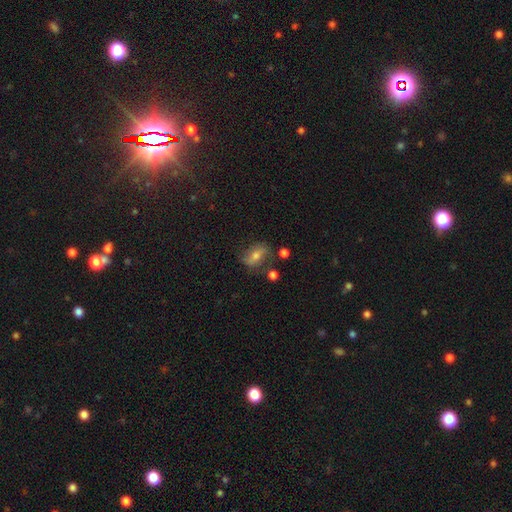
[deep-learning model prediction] This appears to be a featured or disk galaxy (44%). Merging: none (69%).